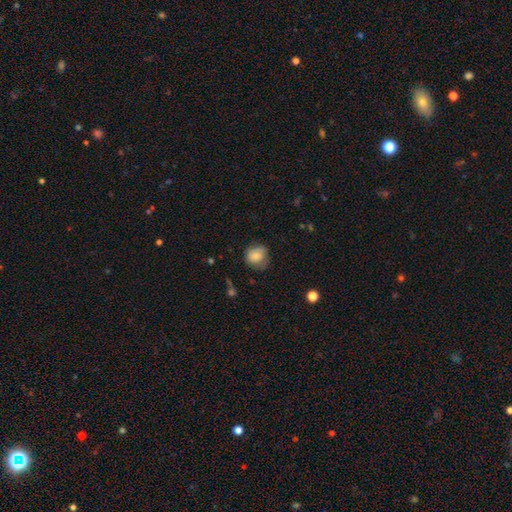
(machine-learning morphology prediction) Smooth or featured?
  - smooth: 76% *
  - featured or disk: 15%
  - star or artifact: 8%
How rounded?
  - round: 79% *
  - in between: 20%
  - cigar-shaped: 1%
Merging?
  - none: 62% *
  - minor disturbance: 29%
  - major disturbance: 8%
  - merger: 2%